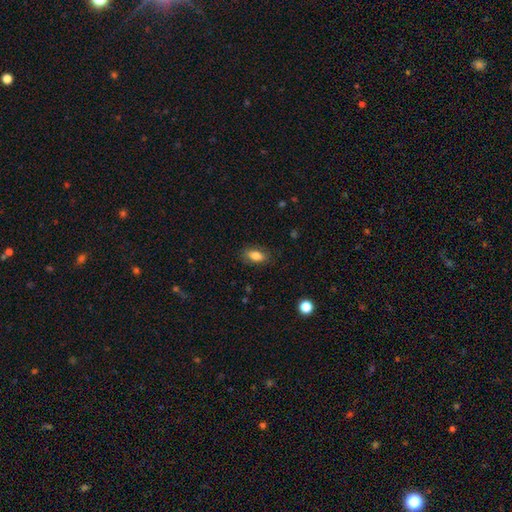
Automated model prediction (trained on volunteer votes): Smooth or featured: smooth — 81% (featured or disk — 11%)
How rounded: in between — 87% (round — 7%)
Merging: none — 82% (minor disturbance — 13%)